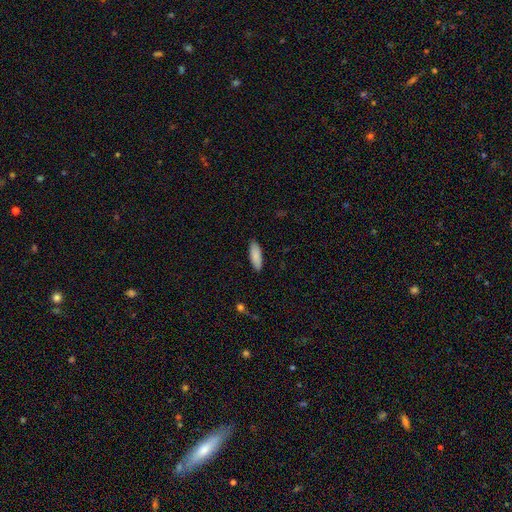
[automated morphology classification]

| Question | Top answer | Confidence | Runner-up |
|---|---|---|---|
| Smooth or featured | smooth | 87% | featured or disk (7%) |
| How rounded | in between | 64% | cigar-shaped (35%) |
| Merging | none | 88% | minor disturbance (9%) |